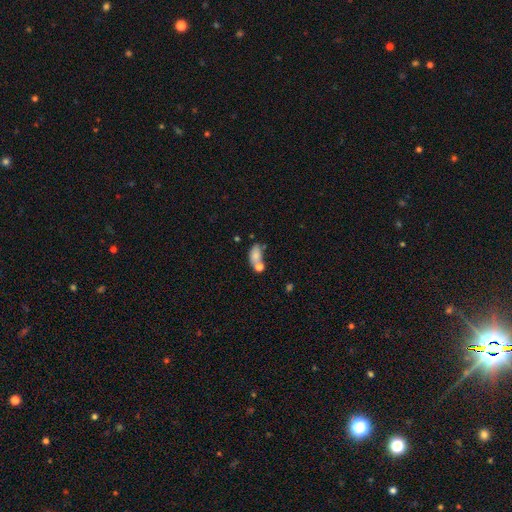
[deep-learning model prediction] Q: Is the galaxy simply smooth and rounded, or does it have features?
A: smooth — 75%.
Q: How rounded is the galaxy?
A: in between — 86%.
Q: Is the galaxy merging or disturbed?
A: none — 41%.